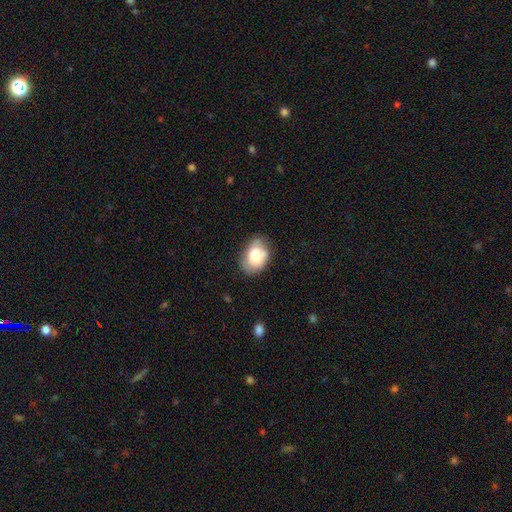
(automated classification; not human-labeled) Q: Smooth or featured?
A: smooth (74%); runner-up: featured or disk (18%)
Q: How rounded?
A: in between (79%); runner-up: round (20%)
Q: Merging?
A: none (58%); runner-up: minor disturbance (29%)